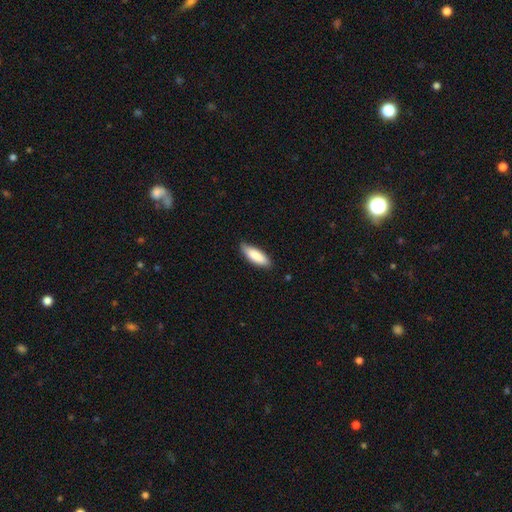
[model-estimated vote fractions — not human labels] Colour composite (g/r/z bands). It shows a smooth galaxy with no disk features (86%) that is in between round and cigar-shaped (61%). Merging: none (80%).